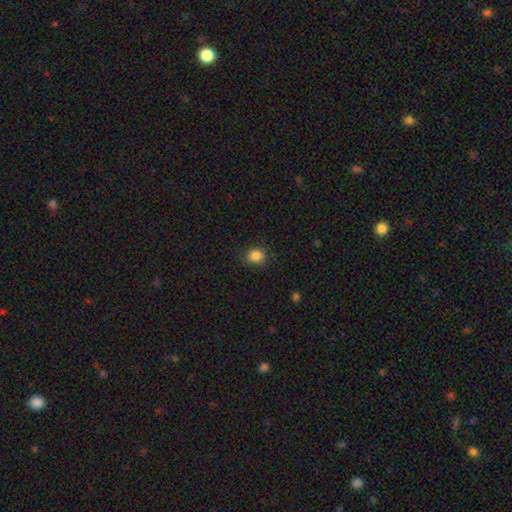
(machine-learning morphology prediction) Smooth or featured? smooth (85%)
How rounded? round (76%)
Merging? none (83%)